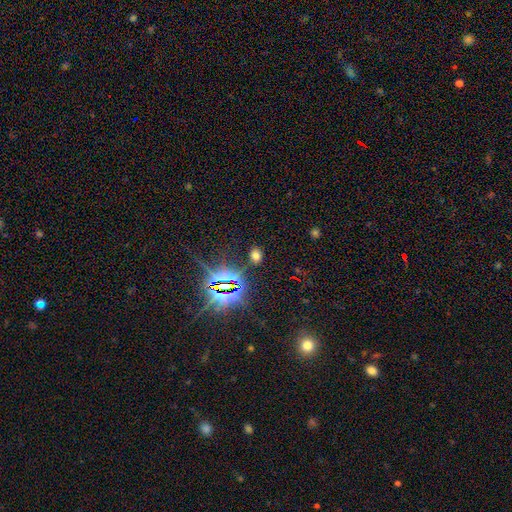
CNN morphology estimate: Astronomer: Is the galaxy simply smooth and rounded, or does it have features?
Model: smooth — 55% (runner-up: star or artifact, 37%).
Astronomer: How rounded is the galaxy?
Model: in between — 64%.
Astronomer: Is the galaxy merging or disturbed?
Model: none — 83%.